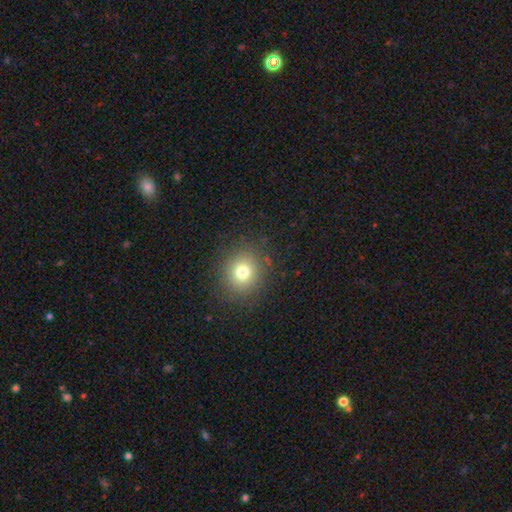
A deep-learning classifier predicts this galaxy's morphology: A smooth galaxy with no disk features (70%) that is round (87%). Merging: none (92%).